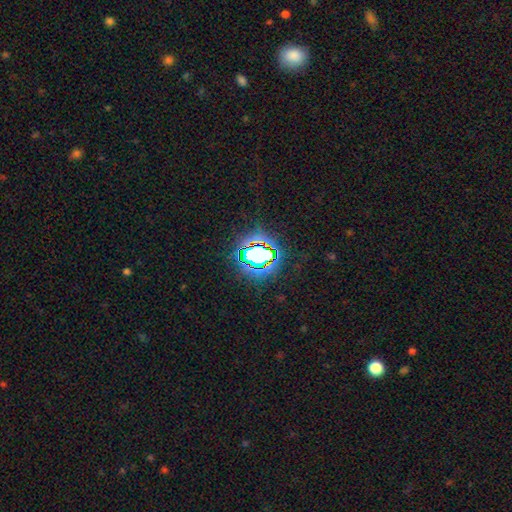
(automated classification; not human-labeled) Smooth or featured? Predicted: star or artifact (p=0.66).